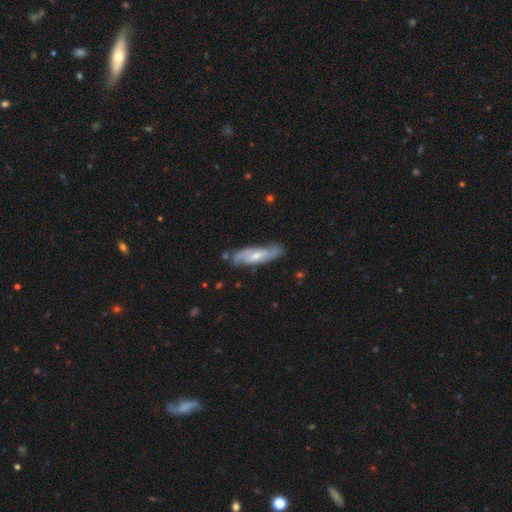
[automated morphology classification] featured or disk 67%, smooth 28%, star or artifact 6%. Down the decision tree: edge-on disk — no (74%); merging — none (71%).